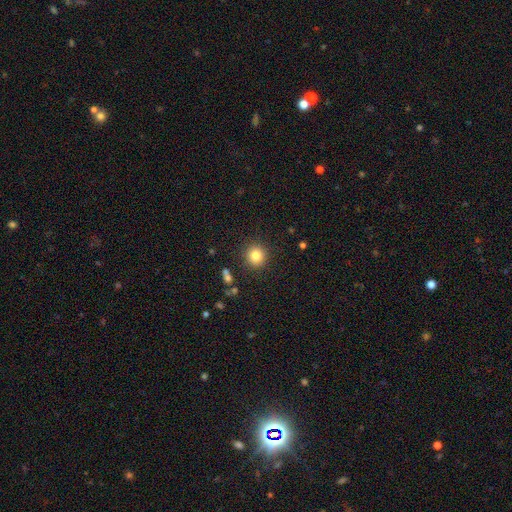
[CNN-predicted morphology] Smooth or featured? Predicted: smooth (p=0.83). How rounded? Predicted: round (p=0.93). Merging? Predicted: none (p=0.89).